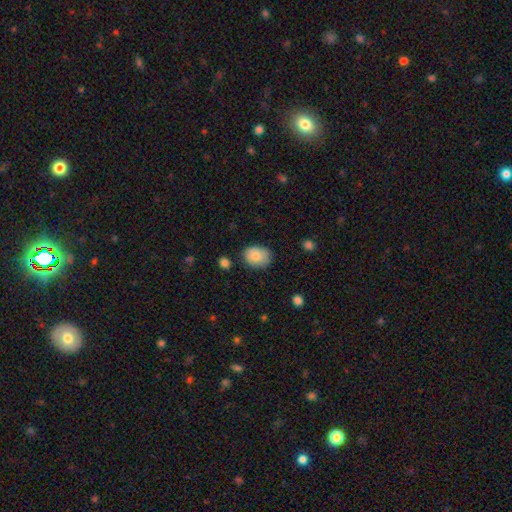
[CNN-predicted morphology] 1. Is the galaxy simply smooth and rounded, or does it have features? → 81% smooth, 12% featured or disk, 7% star or artifact.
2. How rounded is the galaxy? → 58% in between, 41% round, 1% cigar-shaped.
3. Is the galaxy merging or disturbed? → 74% none, 20% minor disturbance, 4% major disturbance, 2% merger.